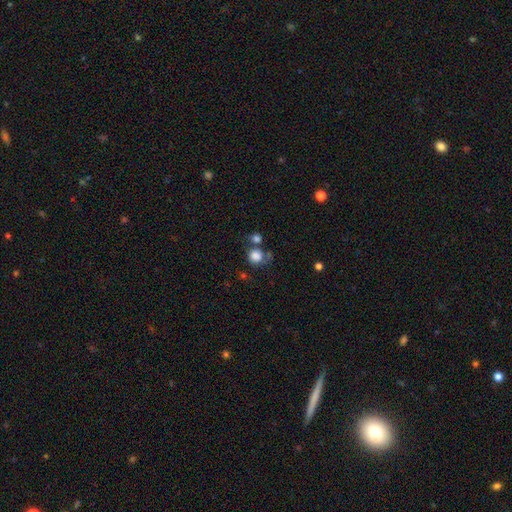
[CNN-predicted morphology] smooth_or_featured: smooth (p=0.82) [alt: star or artifact p=0.10]
how_rounded: round (p=0.87) [alt: in between p=0.12]
merging: none (p=0.53) [alt: merger p=0.23]